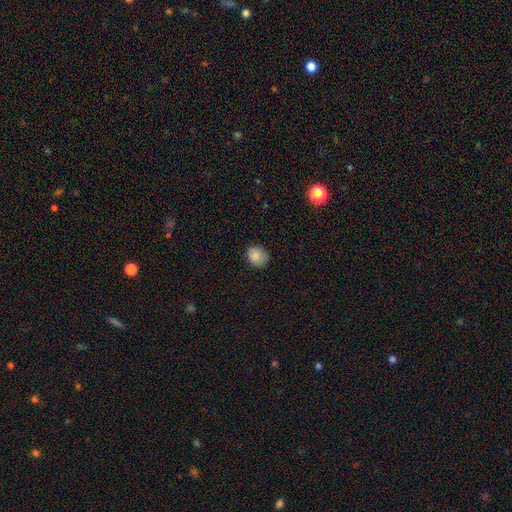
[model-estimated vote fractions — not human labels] smooth 86%, star or artifact 9%, featured or disk 5%. Down the decision tree: how rounded — round (67%); merging — none (83%).